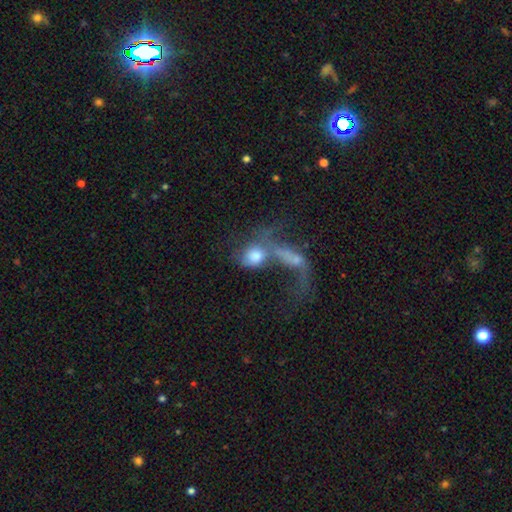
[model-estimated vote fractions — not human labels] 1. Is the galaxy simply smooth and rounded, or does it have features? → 53% smooth, 34% featured or disk, 12% star or artifact.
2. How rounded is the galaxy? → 56% in between, 39% round, 4% cigar-shaped.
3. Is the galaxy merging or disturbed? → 63% merger, 20% major disturbance, 11% none, 6% minor disturbance.